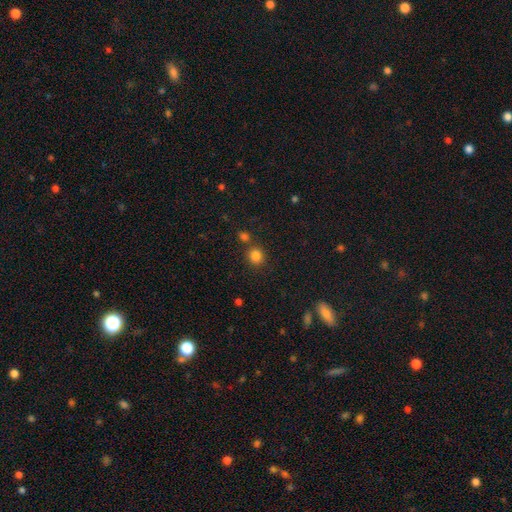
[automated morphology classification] type=smooth (83%); roundness=round (87%); merging=none (76%).